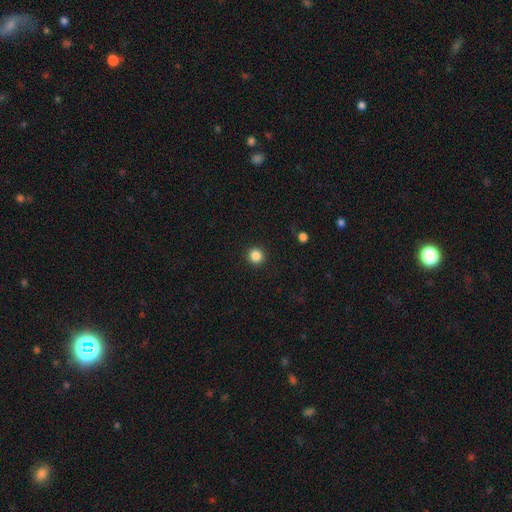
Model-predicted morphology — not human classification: Smooth or featured?
  - smooth: 85% *
  - star or artifact: 11%
  - featured or disk: 4%
How rounded?
  - round: 94% *
  - in between: 5%
  - cigar-shaped: 1%
Merging?
  - none: 93% *
  - minor disturbance: 4%
  - major disturbance: 2%
  - merger: 1%